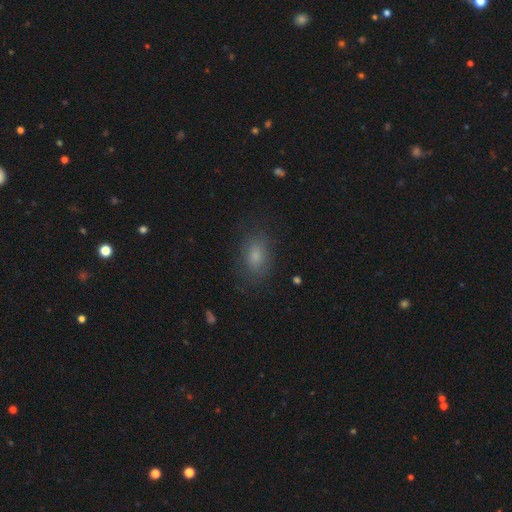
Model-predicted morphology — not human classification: Smooth or featured? smooth (73%)
How rounded? in between (83%)
Merging? none (75%)